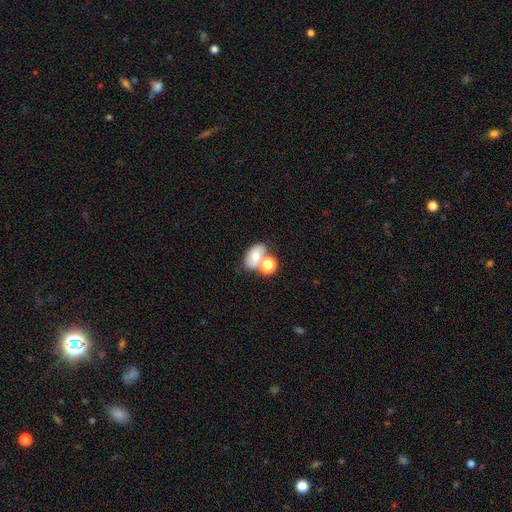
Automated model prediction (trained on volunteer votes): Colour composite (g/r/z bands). It shows a smooth galaxy with no disk features (64%) that is in between round and cigar-shaped (77%). Merging: merger (44%).